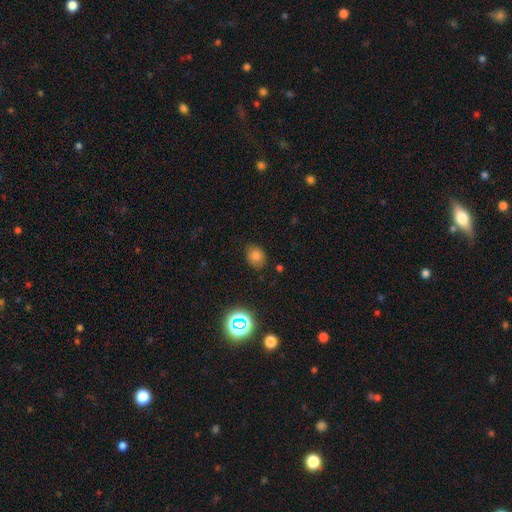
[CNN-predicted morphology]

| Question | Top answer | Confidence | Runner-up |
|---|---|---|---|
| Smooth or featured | smooth | 75% | star or artifact (17%) |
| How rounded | round | 57% | in between (42%) |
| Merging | none | 82% | minor disturbance (13%) |